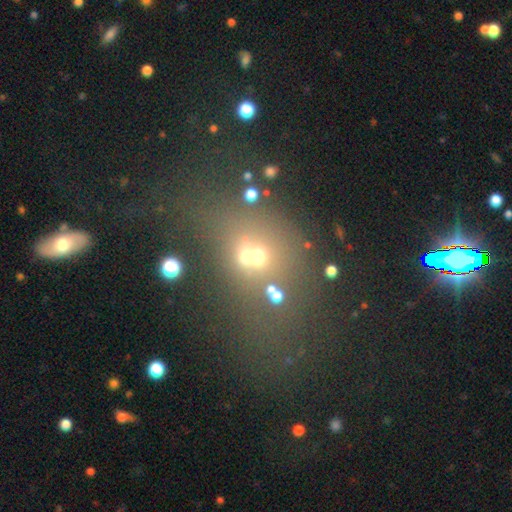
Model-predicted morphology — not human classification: Overall: smooth (40%; star or artifact 38%). Merging: none (40%; merger 39%).